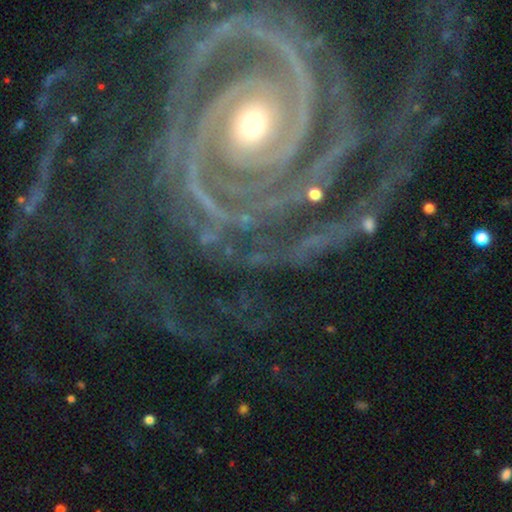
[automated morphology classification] The model was most divided on "spiral arm count": 2: 23%, can't tell: 20%, 3: 19%, 4: 15%, more than 4: 13%, 1: 10%. Remaining: edge-on disk — no (97%); spiral arms — yes (97%); smooth or featured — featured or disk (88%); spiral winding — tight (76%); merging — none (68%); bar — no (66%); bulge size — small (50%).